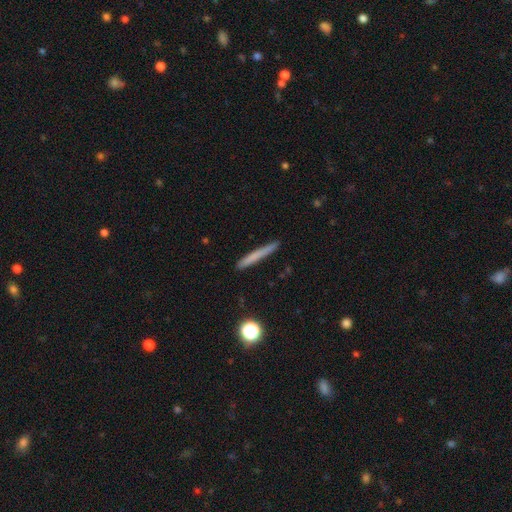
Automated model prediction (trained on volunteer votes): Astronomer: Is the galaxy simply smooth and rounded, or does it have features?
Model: smooth — 66%.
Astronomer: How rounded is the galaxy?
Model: cigar-shaped — 96%.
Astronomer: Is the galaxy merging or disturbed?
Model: none — 89%.